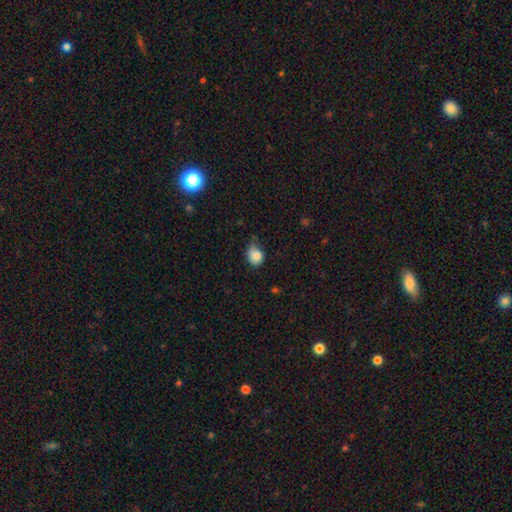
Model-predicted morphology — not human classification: type=smooth (85%); roundness=round (51%); merging=none (44%).